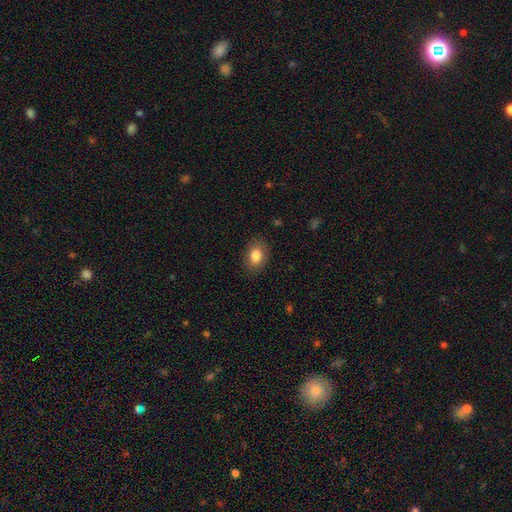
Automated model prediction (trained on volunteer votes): This appears to be a smooth galaxy with no disk features (84%) that is in between round and cigar-shaped (72%). Merging: none (86%).